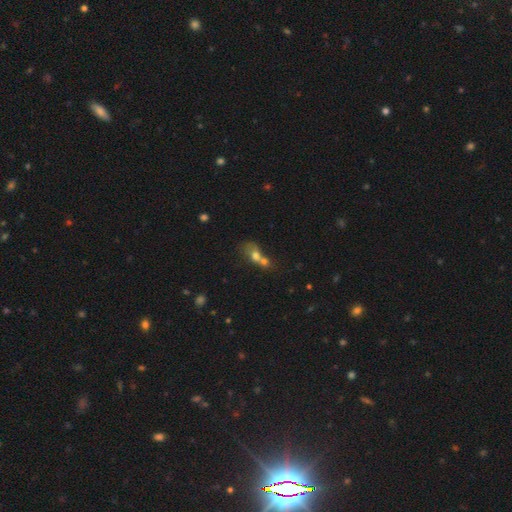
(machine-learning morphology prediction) This appears to be a smooth galaxy with no disk features (66%) that is in between round and cigar-shaped (53%). Merging: merger (68%).